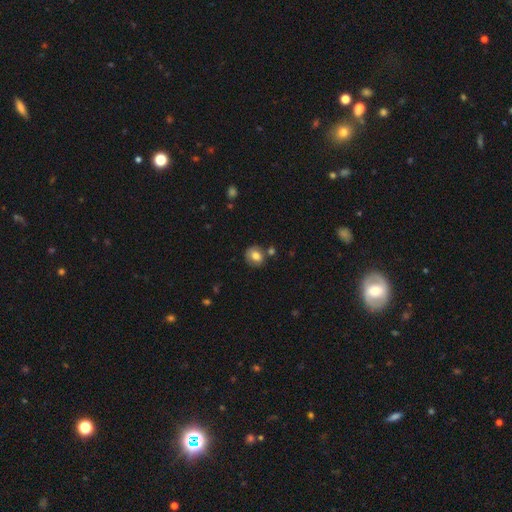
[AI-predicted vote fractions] Smooth or featured? smooth (76%)
How rounded? round (73%)
Merging? none (69%)